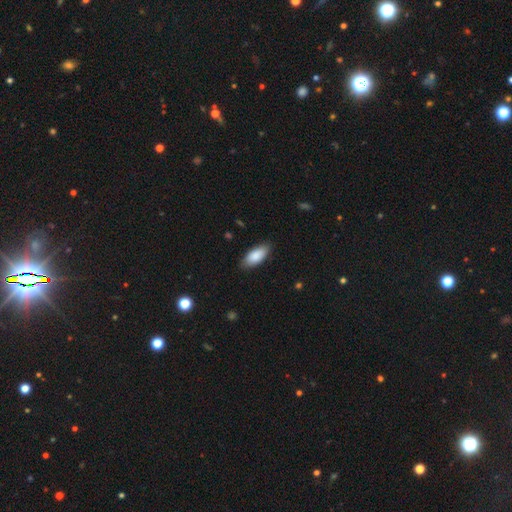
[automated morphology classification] This is clearly a smooth galaxy (88%). How rounded: clearly in between (85%). Merging: clearly none (85%).